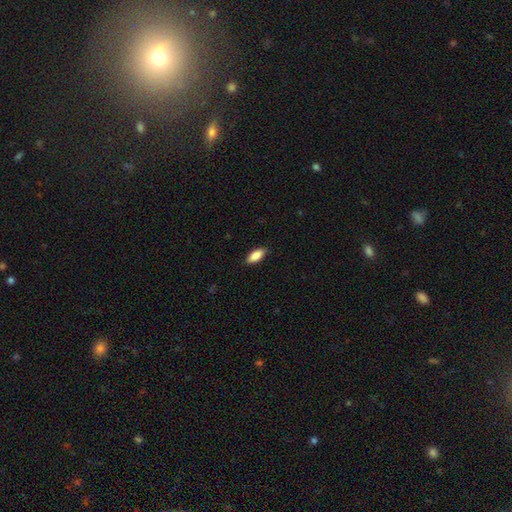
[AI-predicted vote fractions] A smooth galaxy with no disk features (87%) that is in between round and cigar-shaped (85%). Merging: none (88%).